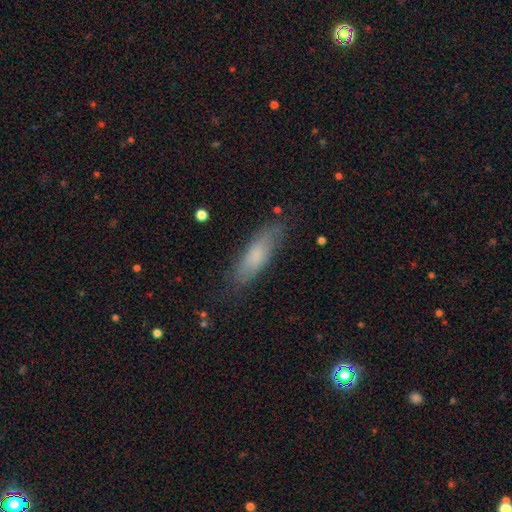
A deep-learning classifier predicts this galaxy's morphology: smooth-or-featured: smooth: 71% | featured or disk: 22% | star or artifact: 7%
  how-rounded: in between: 49% (tied) | cigar-shaped: 49% (tied) | round: 2%
  merging: none: 76% | minor disturbance: 18% | major disturbance: 5% | merger: 2%